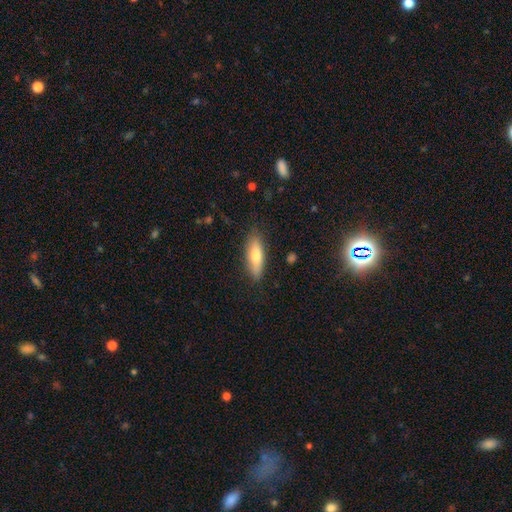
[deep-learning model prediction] Smooth or featured? Predicted: smooth (p=0.72). How rounded? Predicted: in between (p=0.52). Merging? Predicted: none (p=0.84).